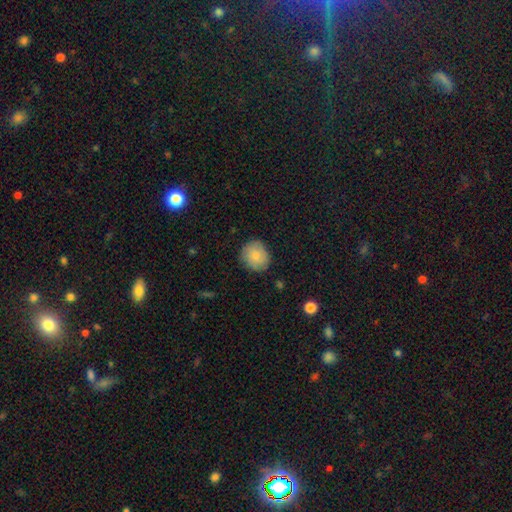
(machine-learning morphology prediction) smooth-or-featured: smooth: 81% | featured or disk: 11% | star or artifact: 7%
  how-rounded: round: 80% | in between: 19% | cigar-shaped: 1%
  merging: none: 82% | minor disturbance: 14% | major disturbance: 3% | merger: 1%